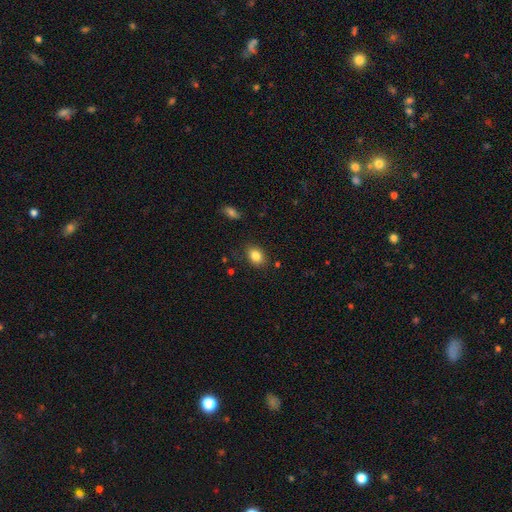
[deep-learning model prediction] A smooth galaxy with no disk features (84%) that is in between round and cigar-shaped (71%). Merging: none (84%).